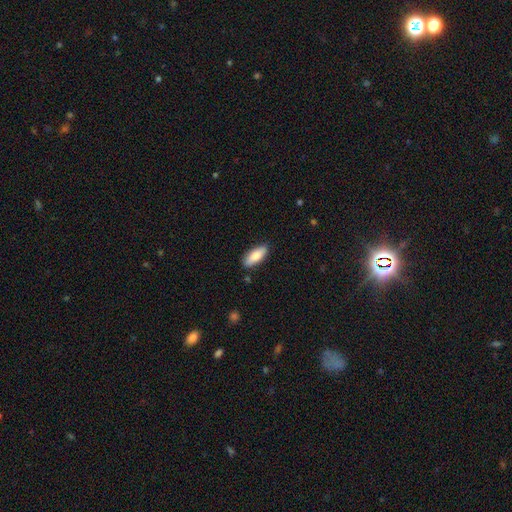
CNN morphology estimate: Q: Smooth or featured?
A: smooth (81%); runner-up: featured or disk (13%)
Q: How rounded?
A: in between (75%); runner-up: cigar-shaped (23%)
Q: Merging?
A: none (84%); runner-up: minor disturbance (12%)